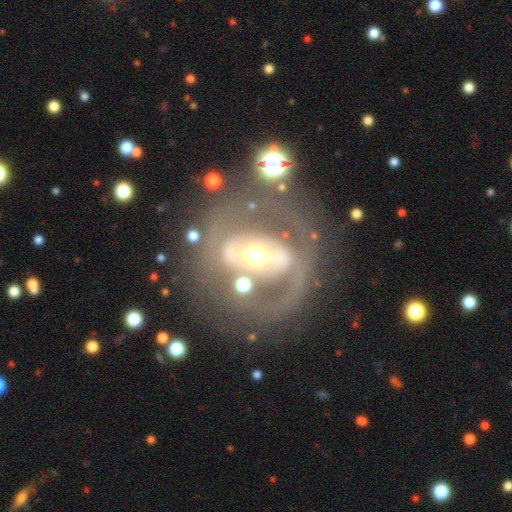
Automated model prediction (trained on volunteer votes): Smooth or featured? featured or disk (80%)
Edge-on disk? no (93%)
Bar? strong (56%)
Spiral arms? yes (56%)
Bulge size? moderate (59%)
Merging? none (66%)